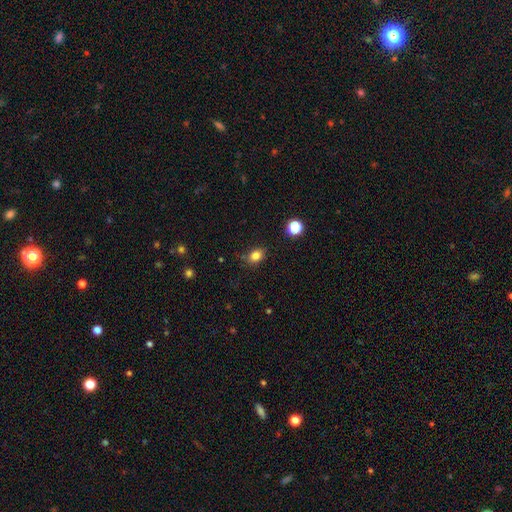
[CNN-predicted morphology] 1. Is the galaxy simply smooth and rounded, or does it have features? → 82% smooth, 12% star or artifact, 6% featured or disk.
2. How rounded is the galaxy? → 63% in between, 36% round, 1% cigar-shaped.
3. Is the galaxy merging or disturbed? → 80% none, 15% minor disturbance, 3% major disturbance, 2% merger.